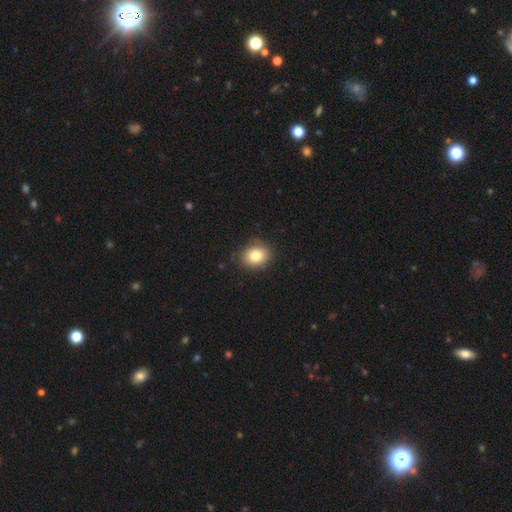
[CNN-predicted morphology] smooth_or_featured: smooth (p=0.81) [alt: star or artifact p=0.10]
how_rounded: round (p=0.57) [alt: in between p=0.42]
merging: none (p=0.84) [alt: minor disturbance p=0.12]